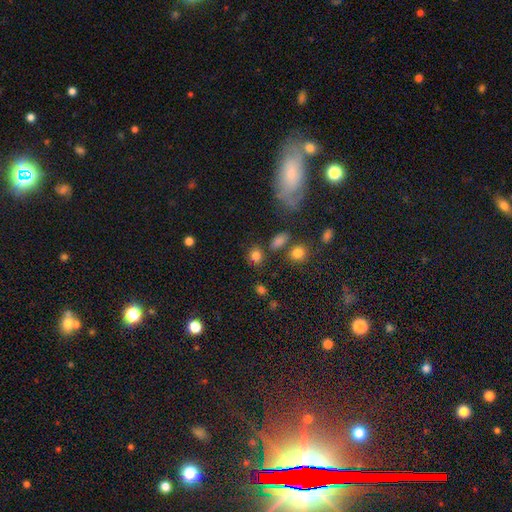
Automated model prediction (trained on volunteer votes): The model was most divided on "how rounded": round: 65%, in between: 33%, cigar-shaped: 2%. More confident: smooth or featured — smooth (80%); merging — none (74%).